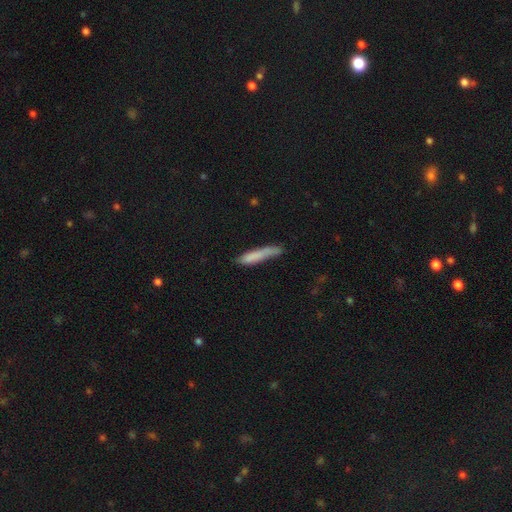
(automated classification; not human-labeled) Q: Smooth or featured?
A: smooth (77%); runner-up: featured or disk (16%)
Q: How rounded?
A: cigar-shaped (90%); runner-up: in between (9%)
Q: Merging?
A: none (61%); runner-up: minor disturbance (26%)